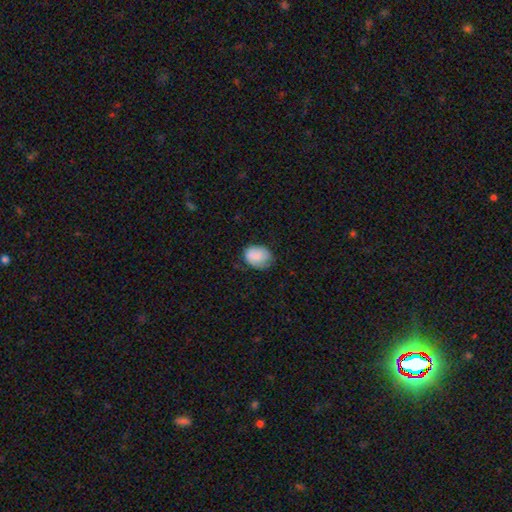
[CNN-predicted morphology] Smooth or featured: smooth — 84% (featured or disk — 9%)
How rounded: in between — 62% (round — 37%)
Merging: none — 56% (minor disturbance — 34%)